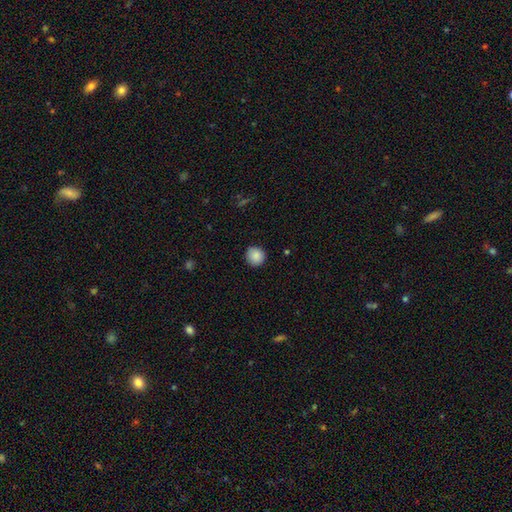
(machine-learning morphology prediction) Q: Smooth or featured?
A: smooth (88%); runner-up: star or artifact (8%)
Q: How rounded?
A: round (93%); runner-up: in between (6%)
Q: Merging?
A: none (90%); runner-up: minor disturbance (7%)